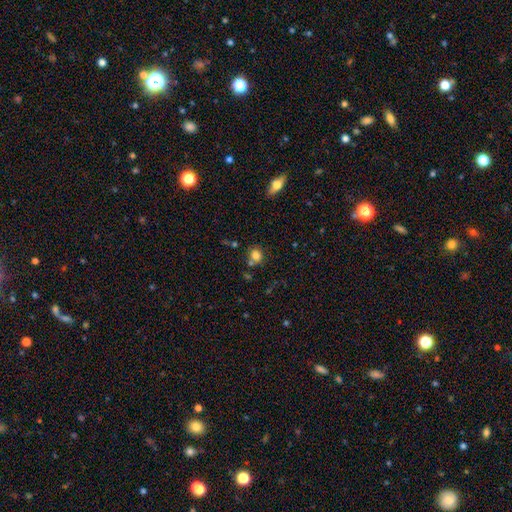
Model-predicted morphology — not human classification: Smooth or featured?
  - smooth: 80% *
  - star or artifact: 13%
  - featured or disk: 7%
How rounded?
  - round: 73% *
  - in between: 26%
  - cigar-shaped: 1%
Merging?
  - none: 70% *
  - merger: 14%
  - minor disturbance: 13%
  - major disturbance: 4%